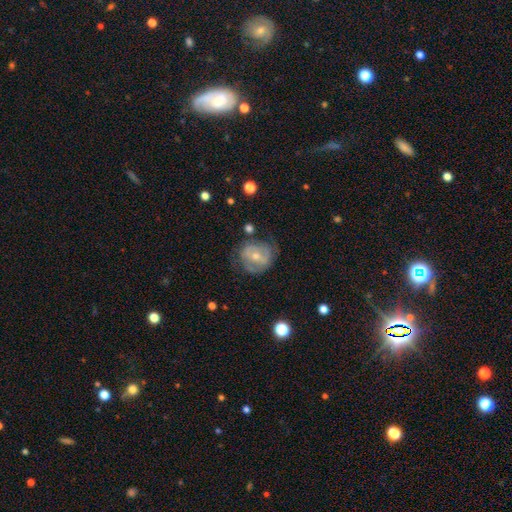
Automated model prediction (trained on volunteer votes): smooth-or-featured: featured or disk: 62% | smooth: 31% | star or artifact: 7%
  disk-edge-on: no: 96% | yes: 4%
    bar: weak: 41% | no: 35% | strong: 24%
    has-spiral-arms: yes: 59% | no: 41%
    bulge-size: small: 50% | moderate: 46% | large: 2% | none: 2% | dominant: 1%
  merging: none: 57% | minor disturbance: 25% | major disturbance: 16% | merger: 3%